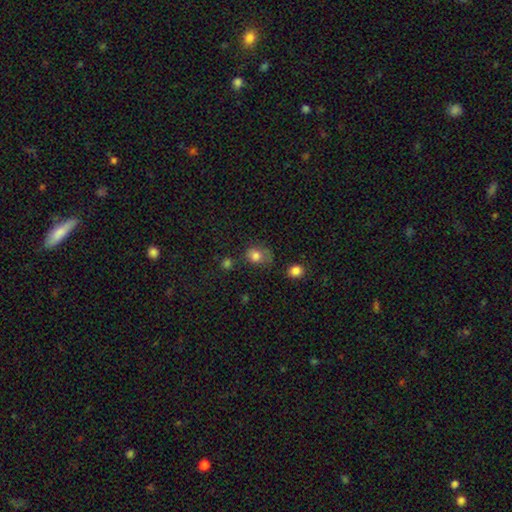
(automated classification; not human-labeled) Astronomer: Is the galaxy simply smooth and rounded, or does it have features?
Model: smooth — 81%.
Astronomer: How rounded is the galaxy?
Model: round — 51% (runner-up: in between, 48%).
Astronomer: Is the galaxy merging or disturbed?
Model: none — 49% (runner-up: minor disturbance, 31%).